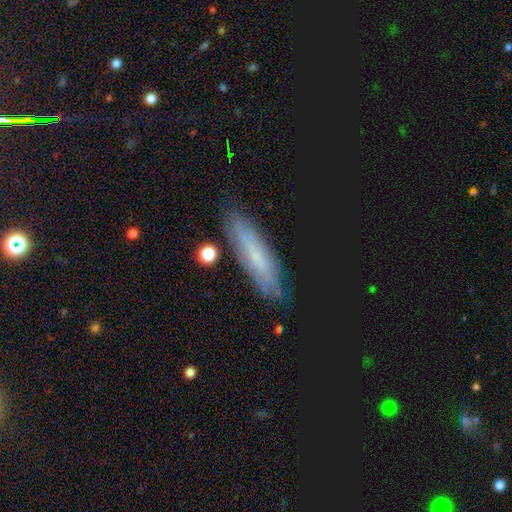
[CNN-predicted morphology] A featured or disk galaxy (47%). Merging: none (81%).